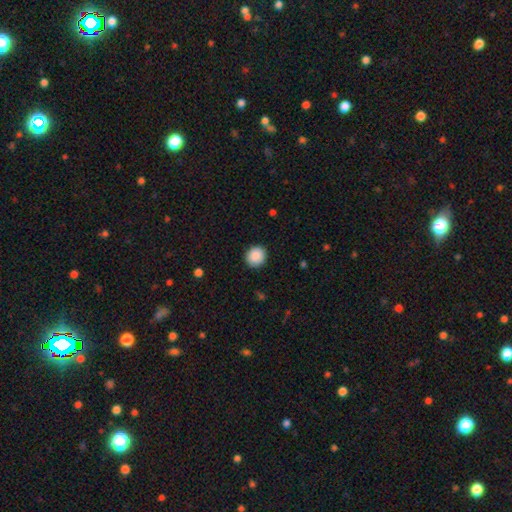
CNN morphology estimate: This appears to be a smooth galaxy with no disk features (89%) that is round (89%). Merging: none (91%).